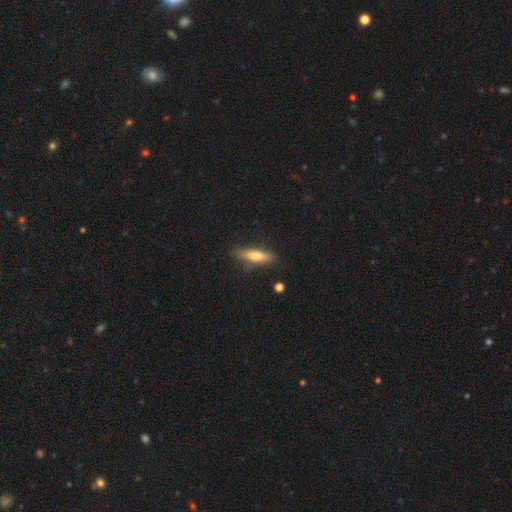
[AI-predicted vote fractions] The model was most divided on "smooth or featured": smooth: 62%, featured or disk: 31%, star or artifact: 7%. More confident: merging — none (85%); how rounded — cigar-shaped (76%).